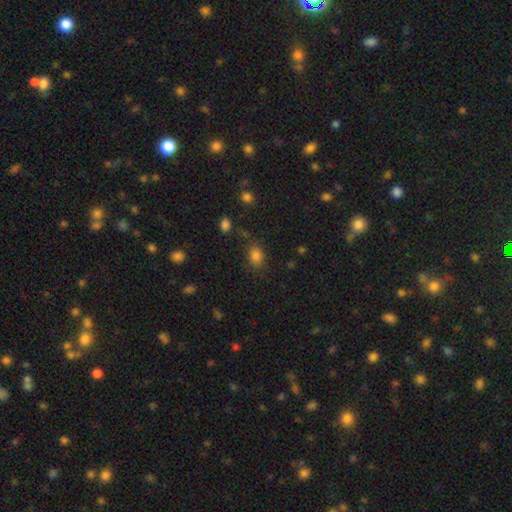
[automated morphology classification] smooth 82%, star or artifact 13%, featured or disk 5%. Down the decision tree: how rounded — in between (61%); merging — none (74%).